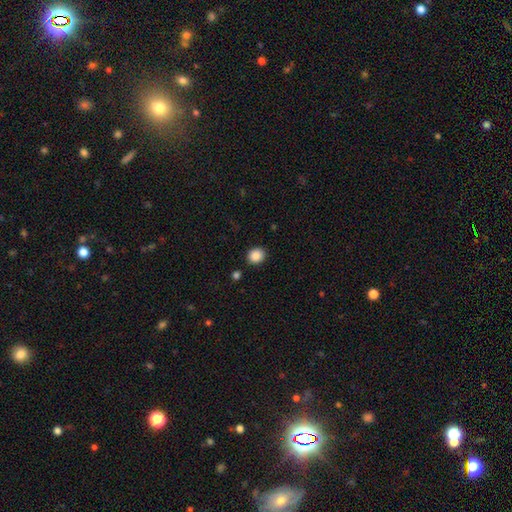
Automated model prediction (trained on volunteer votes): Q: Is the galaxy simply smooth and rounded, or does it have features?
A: smooth — 88%.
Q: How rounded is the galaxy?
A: round — 73%.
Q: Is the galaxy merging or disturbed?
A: none — 88%.